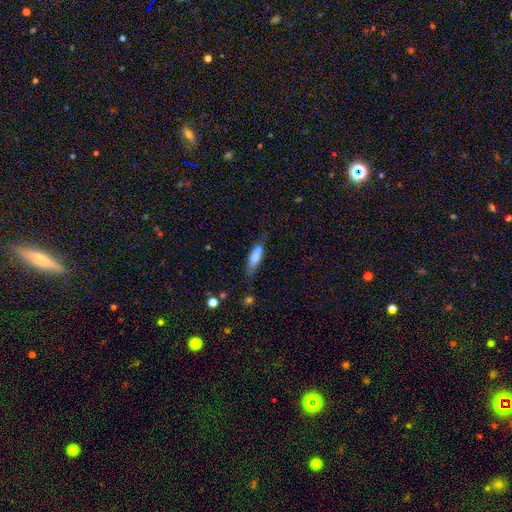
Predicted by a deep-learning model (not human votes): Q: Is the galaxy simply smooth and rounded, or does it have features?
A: smooth — 74%.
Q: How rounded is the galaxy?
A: cigar-shaped — 52%.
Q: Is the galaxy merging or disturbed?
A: none — 48%.